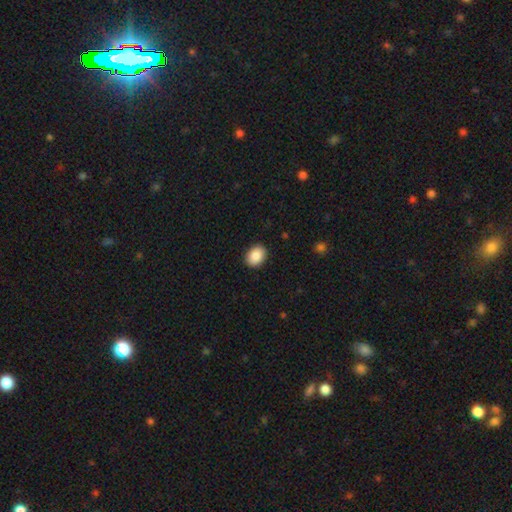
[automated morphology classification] Overall: smooth (88%). How rounded: in between (66%; round 33%). Merging: none (90%).